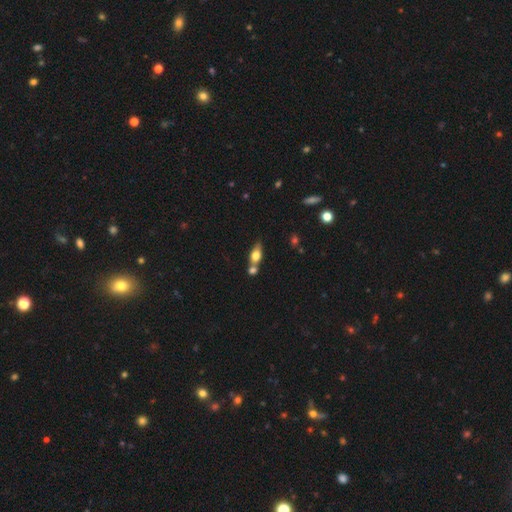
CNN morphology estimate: type=smooth (64%); roundness=in between (72%); merging=none (43%).